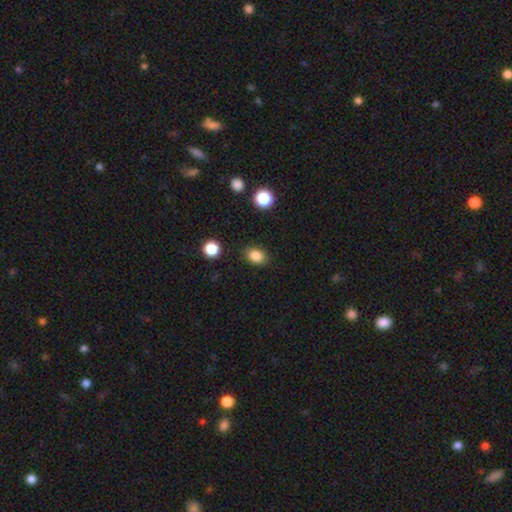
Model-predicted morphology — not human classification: Overall: smooth (85%). How rounded: in between (69%; round 30%). Merging: none (86%).